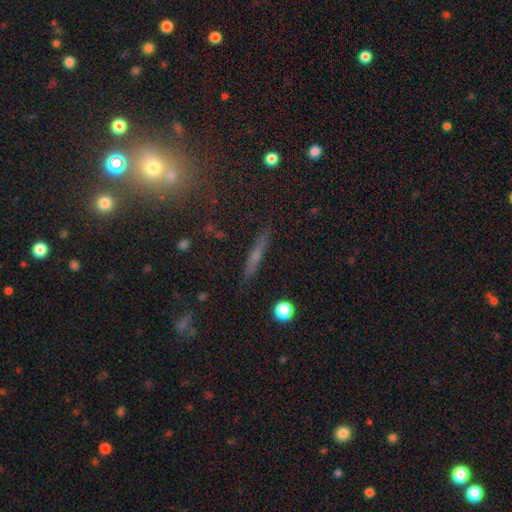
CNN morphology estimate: A smooth galaxy with no disk features (43%).

Vote fractions:
- Smooth or featured? smooth: 43% / featured or disk: 42% / star or artifact: 15%
- Merging? none: 87% / minor disturbance: 9% / major disturbance: 2% / merger: 2%